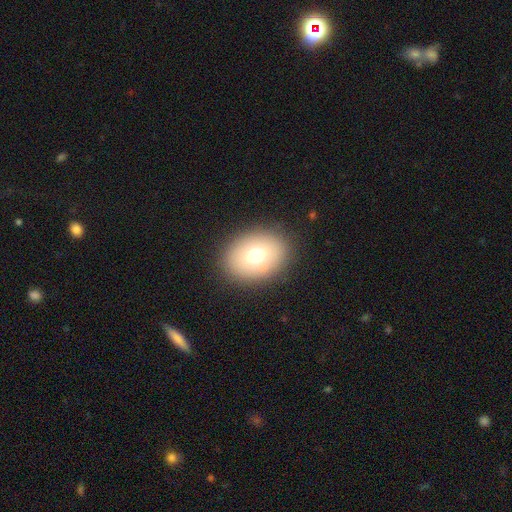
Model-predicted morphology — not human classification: Smooth or featured? Predicted: smooth (p=0.70). How rounded? Predicted: in between (p=0.59). Merging? Predicted: none (p=0.87).